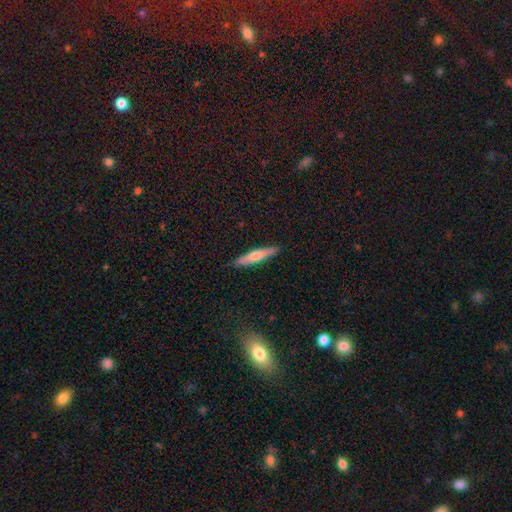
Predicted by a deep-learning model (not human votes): A smooth galaxy with no disk features (58%) that is cigar-shaped (85%). Merging: none (88%).